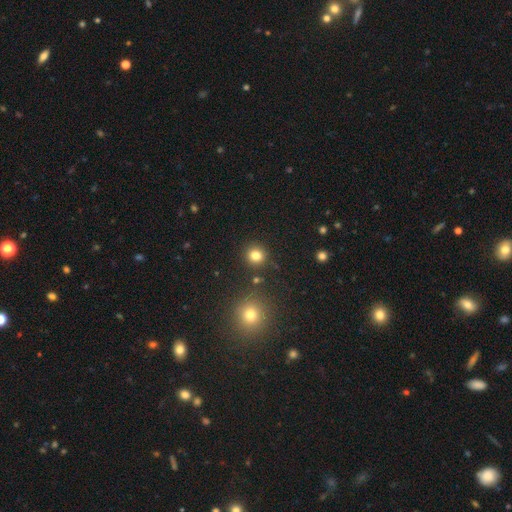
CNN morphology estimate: Overall: smooth (81%). How rounded: round (90%). Merging: none (88%).